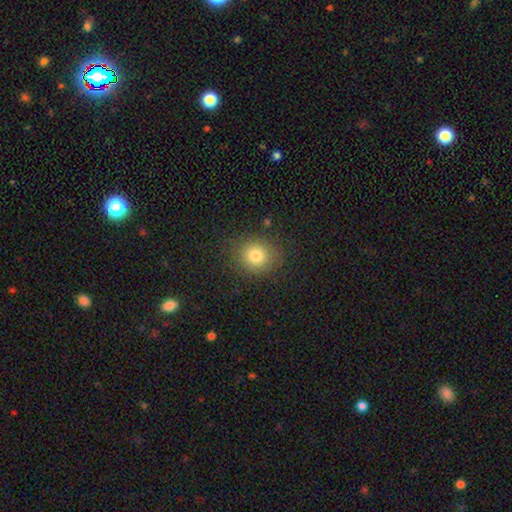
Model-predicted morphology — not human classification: A smooth galaxy with no disk features (79%) that is round (80%).

Vote fractions:
- Smooth or featured? smooth: 79% / star or artifact: 12% / featured or disk: 9%
- How rounded? round: 80% / in between: 19% / cigar-shaped: 1%
- Merging? none: 84% / minor disturbance: 10% / major disturbance: 4% / merger: 1%